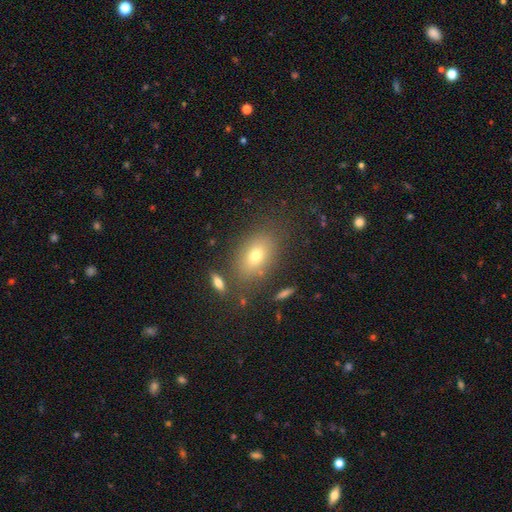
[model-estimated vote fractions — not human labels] A smooth galaxy with no disk features (71%) that is in between round and cigar-shaped (81%). Merging: none (78%).